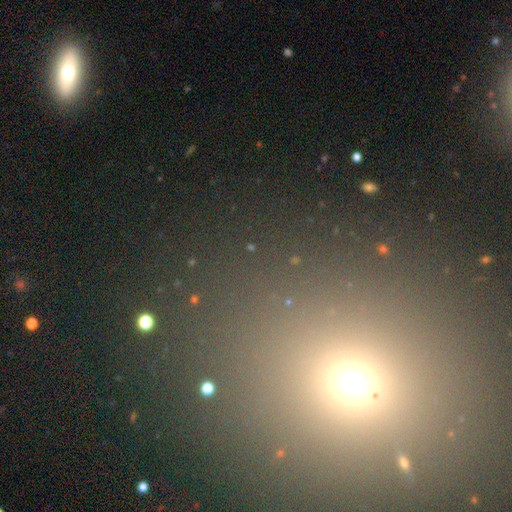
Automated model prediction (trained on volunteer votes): This is possibly a star or artifact rather than a galaxy (51%).